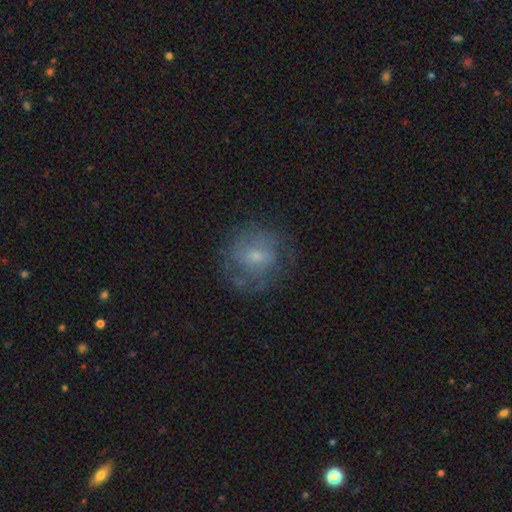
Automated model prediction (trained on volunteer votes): Q: Smooth or featured?
A: featured or disk (48%); runner-up: smooth (42%)
Q: Merging?
A: none (66%); runner-up: minor disturbance (19%)